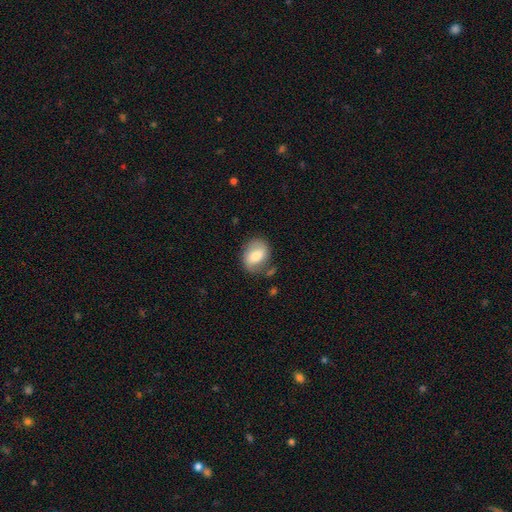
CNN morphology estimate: Overall: smooth (63%; featured or disk 30%). How rounded: in between (67%; round 32%). Merging: none (68%).